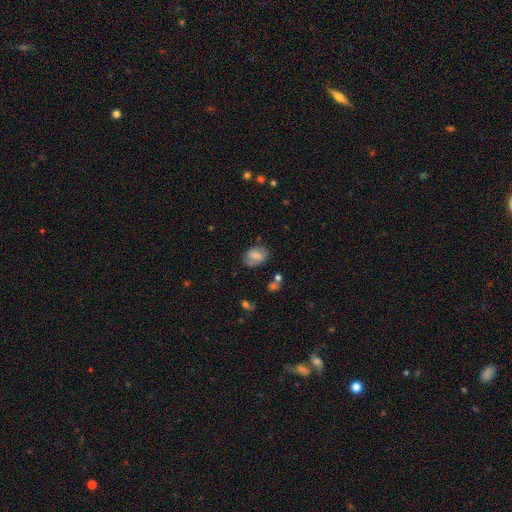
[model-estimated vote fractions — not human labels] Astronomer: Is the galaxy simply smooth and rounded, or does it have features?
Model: smooth — 59%.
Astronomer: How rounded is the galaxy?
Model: in between — 79%.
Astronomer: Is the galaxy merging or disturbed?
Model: none — 66%.